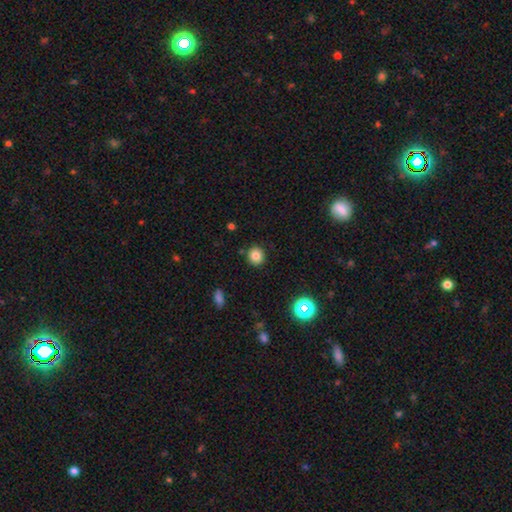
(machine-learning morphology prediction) Q: Smooth or featured?
A: smooth (83%); runner-up: star or artifact (12%)
Q: How rounded?
A: round (87%); runner-up: in between (12%)
Q: Merging?
A: none (88%); runner-up: minor disturbance (7%)